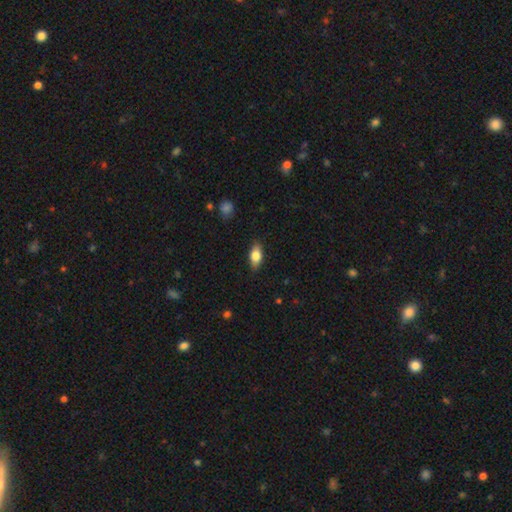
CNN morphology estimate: Overall: smooth (77%). How rounded: in between (85%). Merging: none (86%).